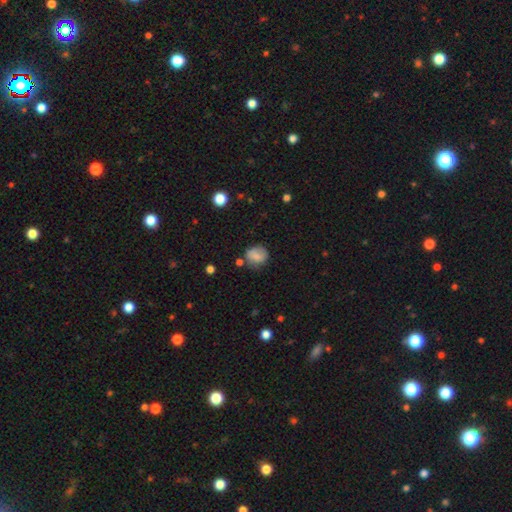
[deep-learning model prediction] smooth_or_featured: smooth (p=0.78) [alt: featured or disk p=0.12]
how_rounded: round (p=0.69) [alt: in between p=0.30]
merging: none (p=0.67) [alt: minor disturbance p=0.22]